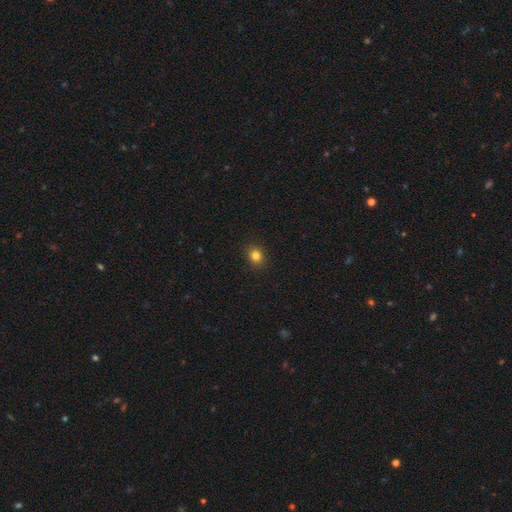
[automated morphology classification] Smooth or featured? smooth (82%)
How rounded? round (67%)
Merging? none (91%)